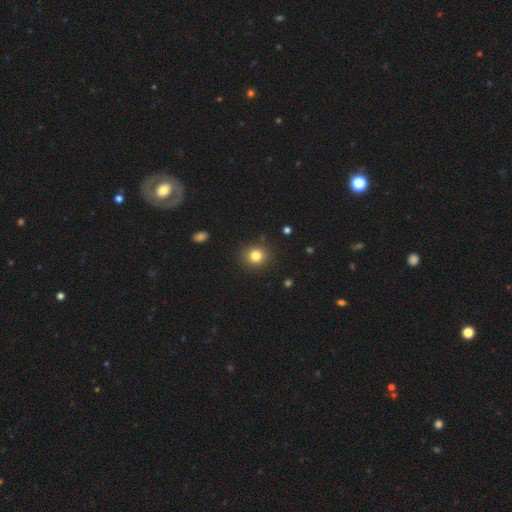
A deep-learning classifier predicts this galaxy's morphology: The model was most divided on "how rounded": round: 83%, in between: 16%, cigar-shaped: 1%. More confident: merging — none (89%); smooth or featured — smooth (82%).